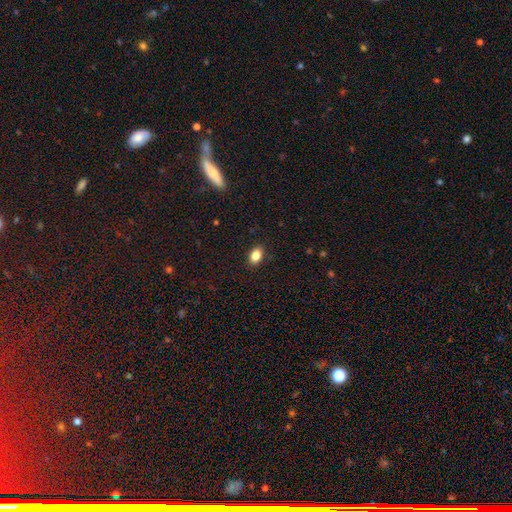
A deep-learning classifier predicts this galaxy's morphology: A smooth galaxy with no disk features (85%) that is in between round and cigar-shaped (83%).

Vote fractions:
- Smooth or featured? smooth: 85% / star or artifact: 9% / featured or disk: 5%
- How rounded? in between: 83% / round: 16% / cigar-shaped: 1%
- Merging? none: 89% / minor disturbance: 8% / major disturbance: 2% / merger: 1%